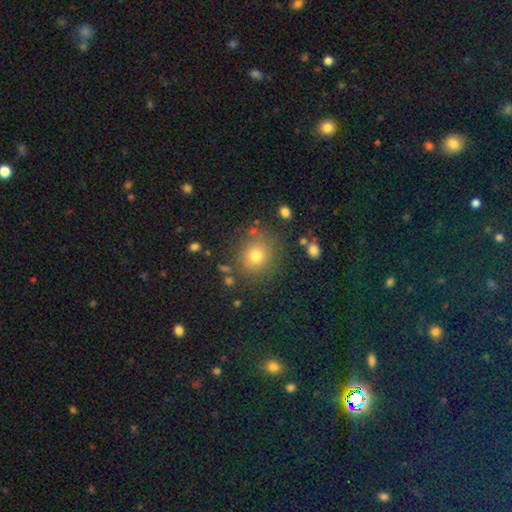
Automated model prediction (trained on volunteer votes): Smooth or featured?
  - smooth: 75% *
  - star or artifact: 16%
  - featured or disk: 9%
How rounded?
  - round: 86% *
  - in between: 13%
  - cigar-shaped: 1%
Merging?
  - none: 83% *
  - minor disturbance: 9%
  - merger: 4%
  - major disturbance: 4%